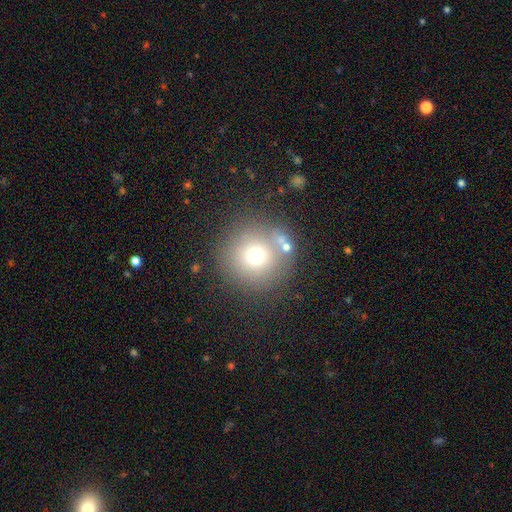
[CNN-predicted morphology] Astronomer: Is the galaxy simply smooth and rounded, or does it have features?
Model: smooth — 69%.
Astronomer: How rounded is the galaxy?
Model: round — 95%.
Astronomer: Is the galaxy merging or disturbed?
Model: none — 75%.